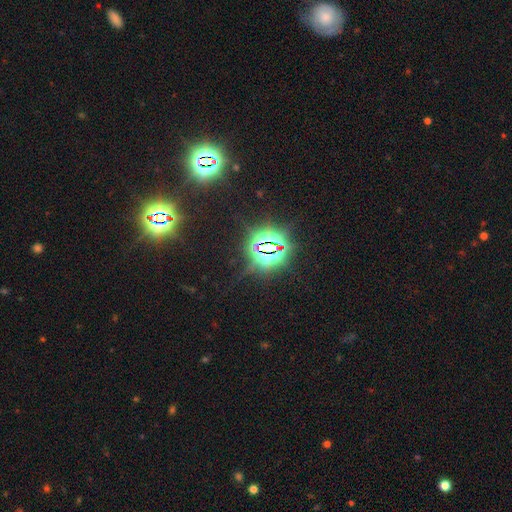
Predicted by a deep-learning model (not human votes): A star or artifact, not a galaxy (82%).